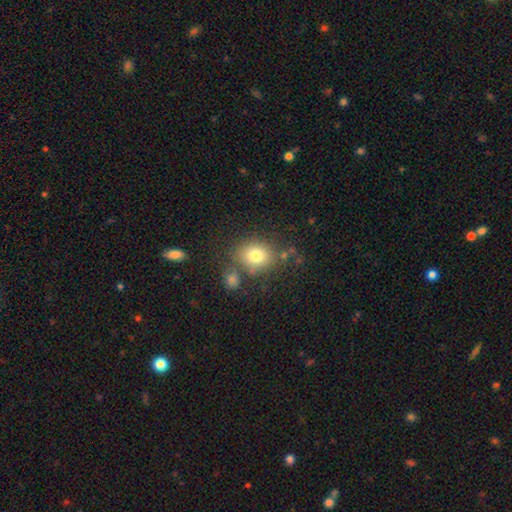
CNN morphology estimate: Smooth or featured: smooth — 77% (featured or disk — 11%)
How rounded: round — 57% (in between — 42%)
Merging: none — 69% (minor disturbance — 14%)